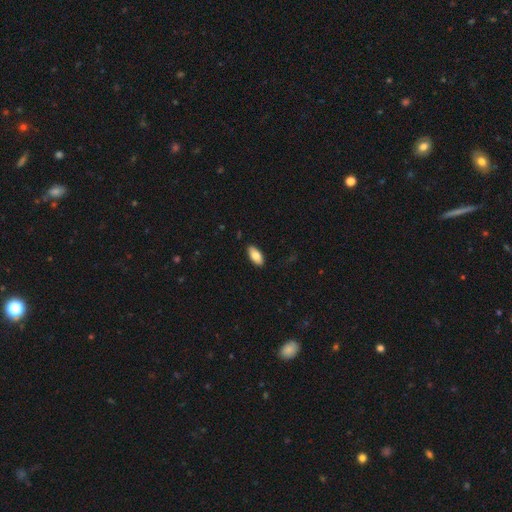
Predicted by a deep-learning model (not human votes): Morphology: type=smooth (81%); roundness=in between (91%); merging=none (89%).